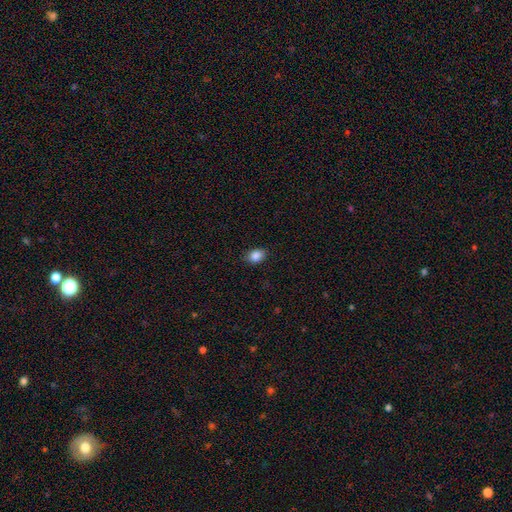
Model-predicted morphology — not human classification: This appears to be a smooth galaxy with no disk features (87%) that is in between round and cigar-shaped (71%). Merging: none (85%).